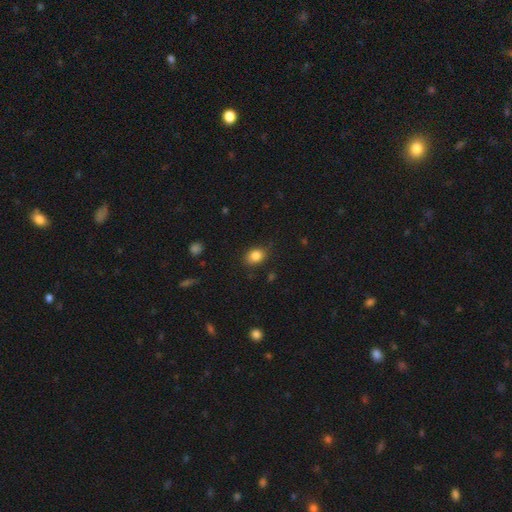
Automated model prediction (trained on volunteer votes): Smooth or featured? Predicted: smooth (p=0.84). How rounded? Predicted: in between (p=0.58). Merging? Predicted: none (p=0.77).